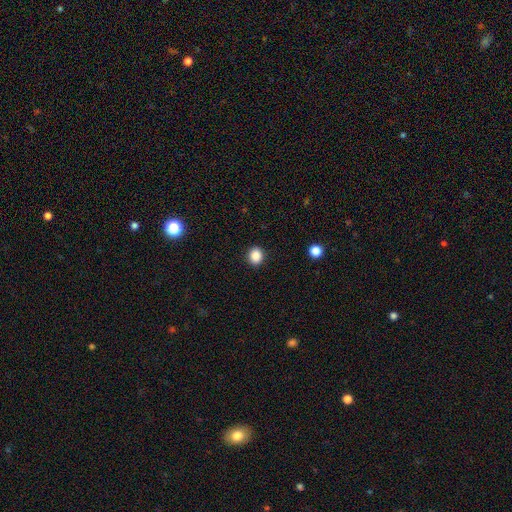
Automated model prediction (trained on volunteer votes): Q: Smooth or featured?
A: smooth (87%); runner-up: star or artifact (10%)
Q: How rounded?
A: round (69%); runner-up: in between (30%)
Q: Merging?
A: none (91%); runner-up: minor disturbance (6%)